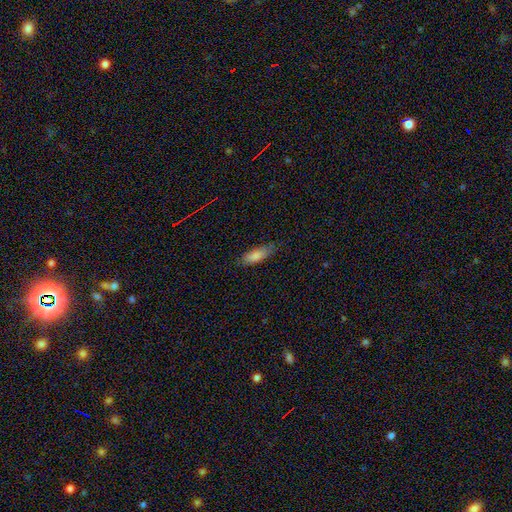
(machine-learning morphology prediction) This appears to be a smooth galaxy with no disk features (83%) that is in between round and cigar-shaped (63%). Merging: none (75%).